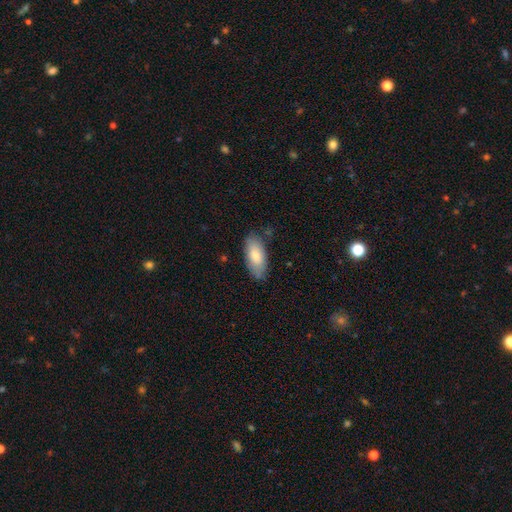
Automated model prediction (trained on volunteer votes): A smooth galaxy with no disk features (80%) that is in between round and cigar-shaped (88%). Merging: none (78%).